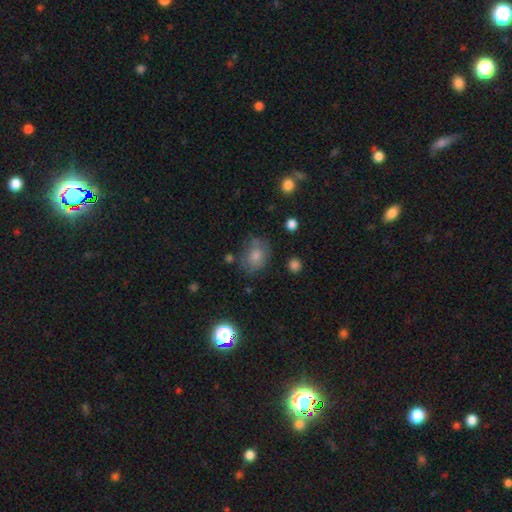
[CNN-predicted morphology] The model was most divided on "how rounded": round: 50%, in between: 49%, cigar-shaped: 1%. More confident: merging — none (68%); smooth or featured — smooth (62%).